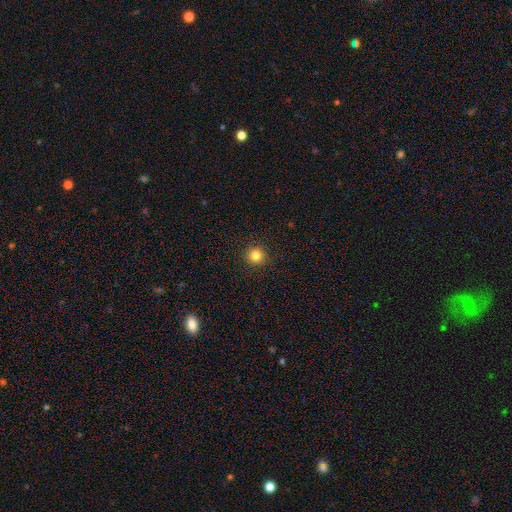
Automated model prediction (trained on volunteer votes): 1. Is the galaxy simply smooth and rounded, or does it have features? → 83% smooth, 12% star or artifact, 5% featured or disk.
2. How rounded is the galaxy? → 96% round, 3% in between, 1% cigar-shaped.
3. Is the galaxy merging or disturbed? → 93% none, 4% minor disturbance, 2% major disturbance, 1% merger.